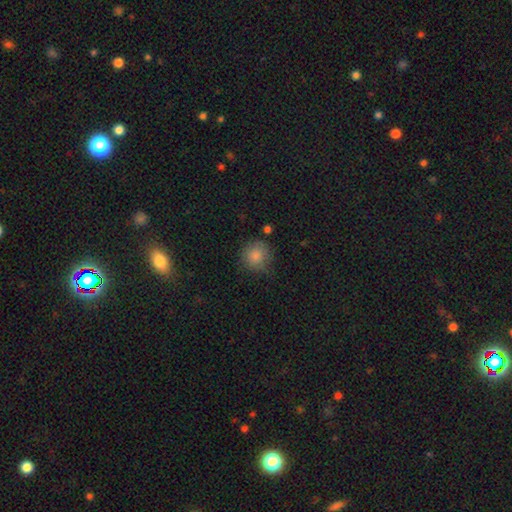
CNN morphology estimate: A smooth galaxy with no disk features (84%) that is round (92%). Merging: none (71%).